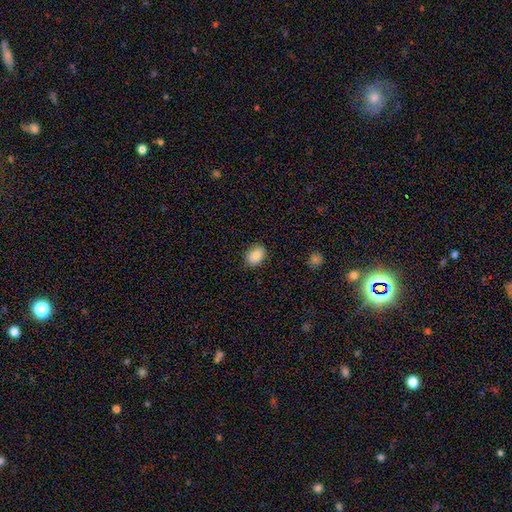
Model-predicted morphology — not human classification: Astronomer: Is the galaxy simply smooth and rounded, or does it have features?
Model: smooth — 88%.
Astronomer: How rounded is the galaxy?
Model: in between — 71%.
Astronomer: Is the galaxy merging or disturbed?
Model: none — 84%.